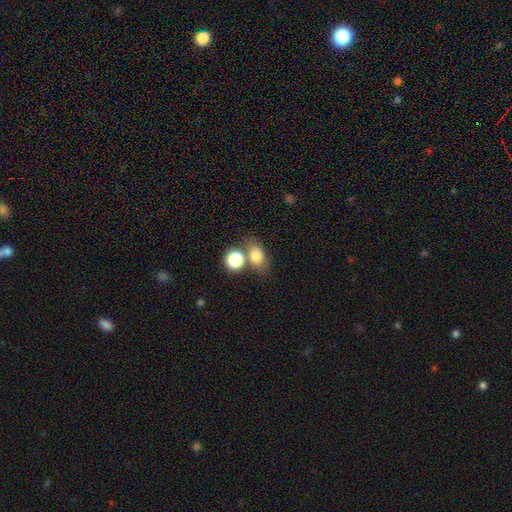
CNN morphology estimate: The model was most divided on "merging": none: 47%, merger: 38%, minor disturbance: 11%, major disturbance: 5%. More confident: smooth or featured — smooth (78%); how rounded — in between (68%).